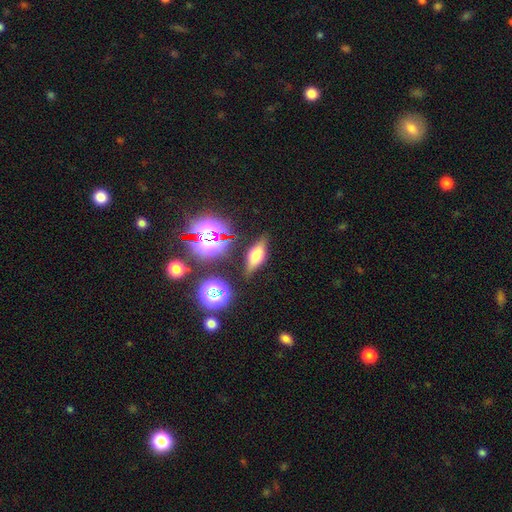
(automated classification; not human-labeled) Smooth or featured?
  - smooth: 47% *
  - featured or disk: 35%
  - star or artifact: 18%
Merging?
  - none: 80% *
  - minor disturbance: 13%
  - major disturbance: 4%
  - merger: 3%